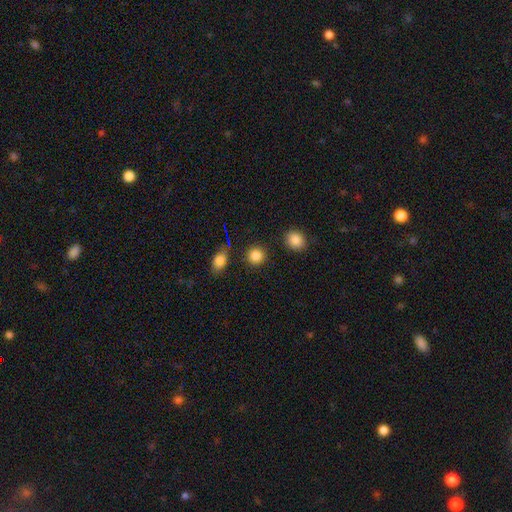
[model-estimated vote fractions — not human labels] This appears to be a smooth galaxy with no disk features (85%) that is round (90%). Merging: none (88%).